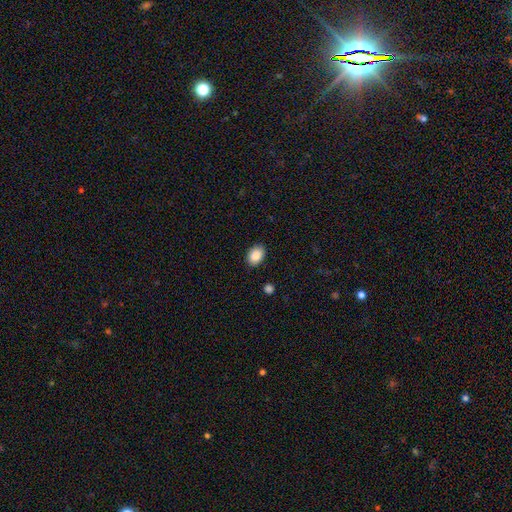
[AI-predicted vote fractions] Overall: smooth (89%). How rounded: in between (75%). Merging: none (86%).